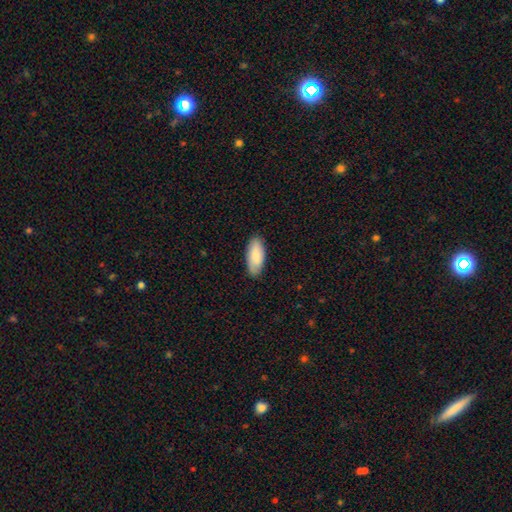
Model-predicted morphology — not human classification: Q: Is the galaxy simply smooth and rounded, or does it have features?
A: smooth — 88%.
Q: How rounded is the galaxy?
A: in between — 85%.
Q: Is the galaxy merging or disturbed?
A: none — 87%.